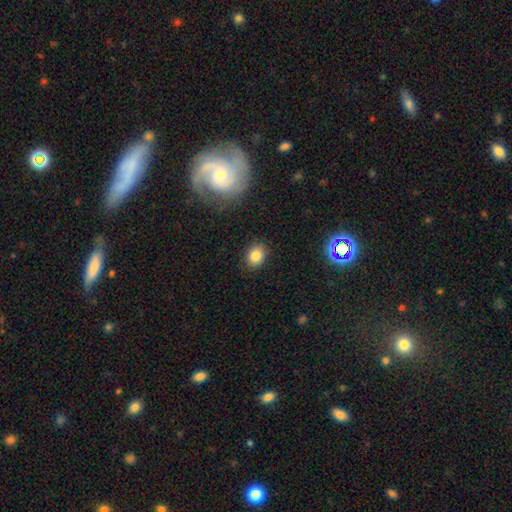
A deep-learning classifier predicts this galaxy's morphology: smooth_or_featured: smooth (p=0.84) [alt: star or artifact p=0.10]
how_rounded: in between (p=0.51) [alt: round p=0.48]
merging: none (p=0.88) [alt: minor disturbance p=0.08]